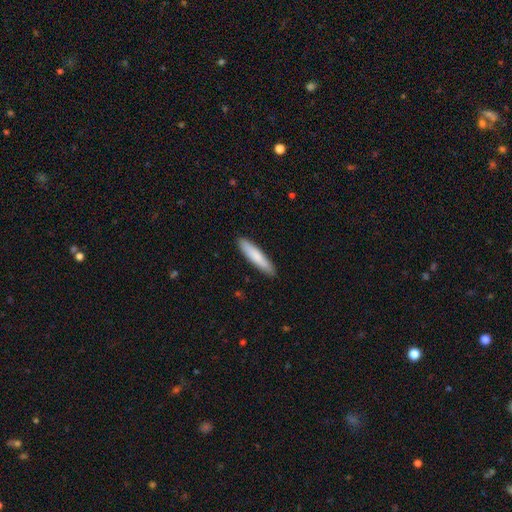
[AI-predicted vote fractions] smooth 81%, featured or disk 14%, star or artifact 5%. Down the decision tree: how rounded — cigar-shaped (85%); merging — none (89%).